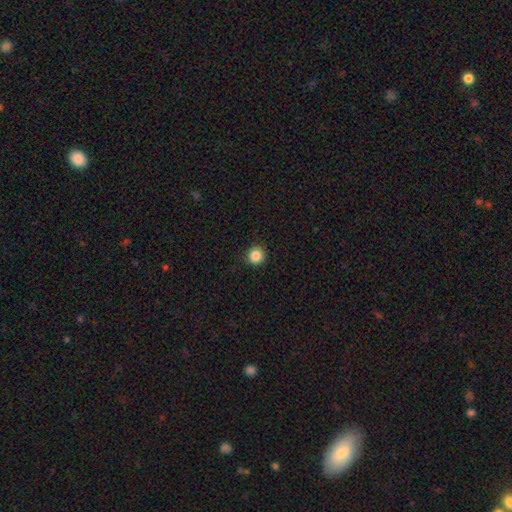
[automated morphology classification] Overall: smooth (86%). How rounded: round (94%). Merging: none (92%).